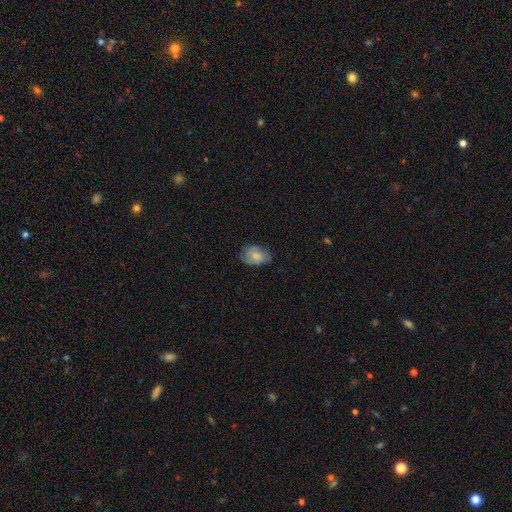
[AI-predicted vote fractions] A smooth galaxy with no disk features (66%) that is in between round and cigar-shaped (82%).

Vote fractions:
- Smooth or featured? smooth: 66% / featured or disk: 26% / star or artifact: 7%
- How rounded? in between: 82% / round: 17% / cigar-shaped: 1%
- Merging? none: 68% / minor disturbance: 25% / major disturbance: 6% / merger: 1%